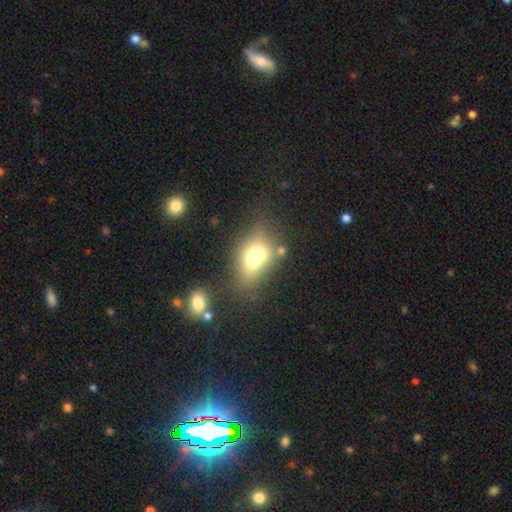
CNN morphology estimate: smooth_or_featured: smooth (p=0.62) [alt: featured or disk p=0.26]
how_rounded: in between (p=0.72) [alt: round p=0.25]
merging: merger (p=0.45) [alt: none p=0.34]